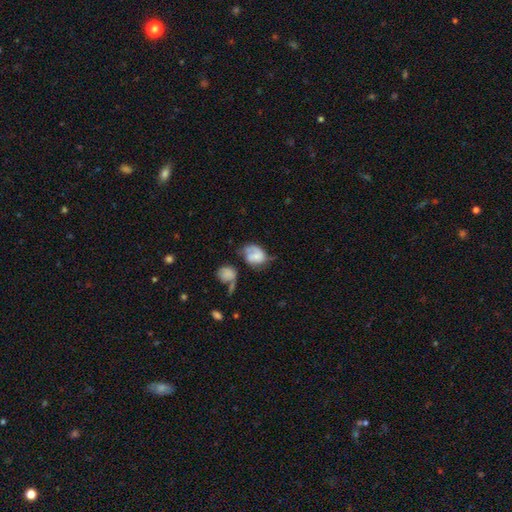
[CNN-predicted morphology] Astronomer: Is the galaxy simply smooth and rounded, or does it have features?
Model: smooth — 47% (runner-up: featured or disk, 44%).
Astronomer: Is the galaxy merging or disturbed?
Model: none — 31% (runner-up: minor disturbance, 29%).